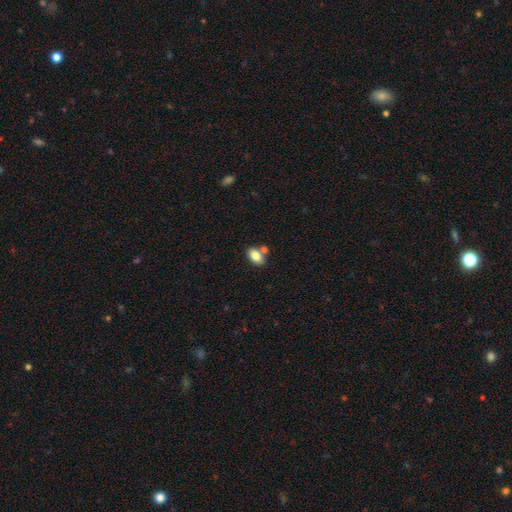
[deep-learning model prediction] Morphology: type=smooth (83%); roundness=in between (89%); merging=none (60%).